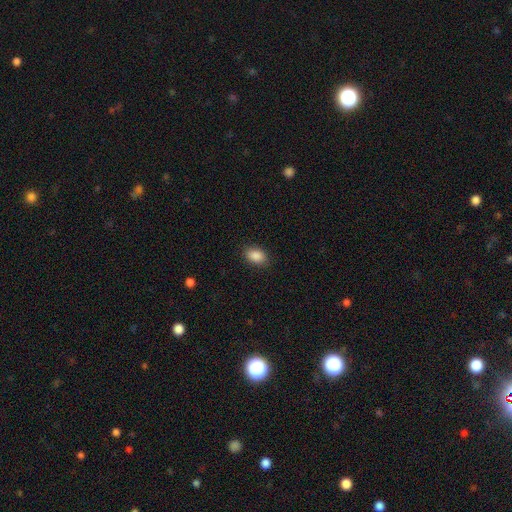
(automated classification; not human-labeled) Smooth or featured? smooth (89%)
How rounded? in between (86%)
Merging? none (88%)